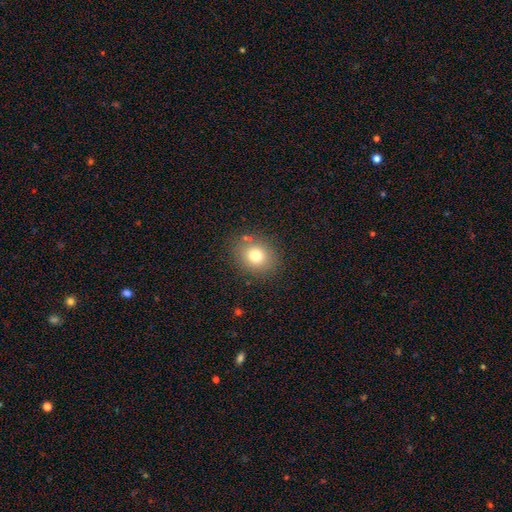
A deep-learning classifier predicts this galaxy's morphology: Smooth or featured?
  - smooth: 77% *
  - star or artifact: 13%
  - featured or disk: 11%
How rounded?
  - round: 67% *
  - in between: 32%
  - cigar-shaped: 1%
Merging?
  - none: 83% *
  - minor disturbance: 10%
  - major disturbance: 4%
  - merger: 3%